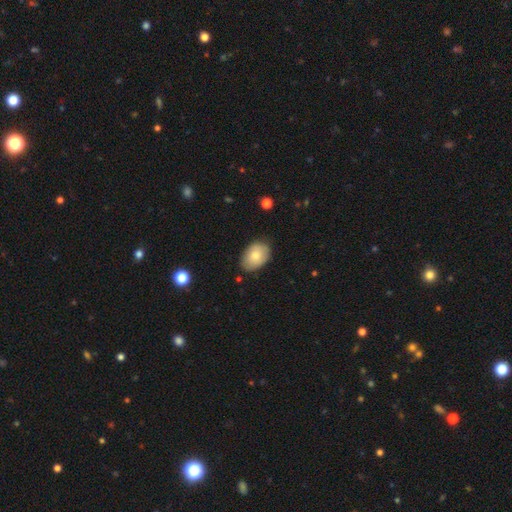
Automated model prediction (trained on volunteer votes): Smooth or featured?
  - smooth: 77% *
  - featured or disk: 16%
  - star or artifact: 7%
How rounded?
  - in between: 86% *
  - round: 13%
  - cigar-shaped: 1%
Merging?
  - none: 80% *
  - minor disturbance: 16%
  - major disturbance: 3%
  - merger: 1%